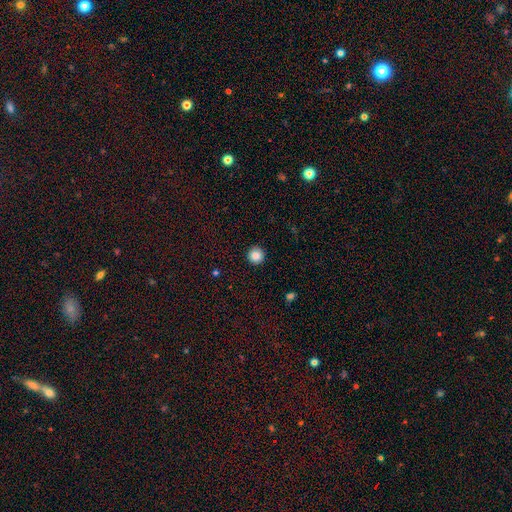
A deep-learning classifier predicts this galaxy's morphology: type=smooth (87%); roundness=round (96%); merging=none (93%).